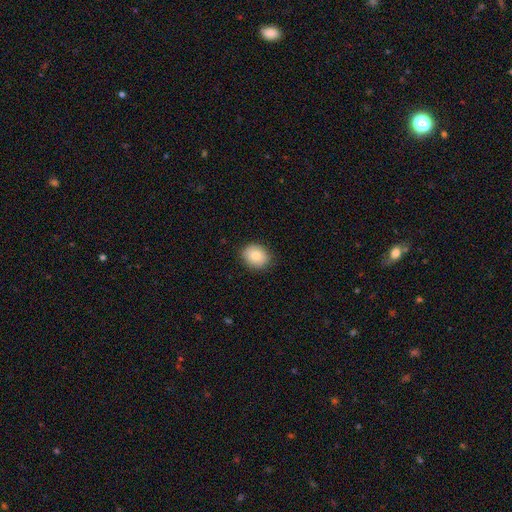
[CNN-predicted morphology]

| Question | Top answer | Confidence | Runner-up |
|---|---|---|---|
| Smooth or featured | smooth | 83% | featured or disk (9%) |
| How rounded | round | 58% | in between (41%) |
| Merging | none | 87% | minor disturbance (10%) |